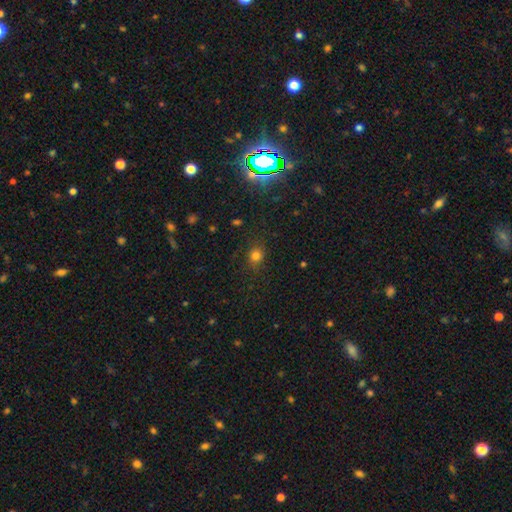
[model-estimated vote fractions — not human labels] The model was most divided on "how rounded": round: 70%, in between: 29%, cigar-shaped: 1%. More confident: merging — none (80%); smooth or featured — smooth (76%).